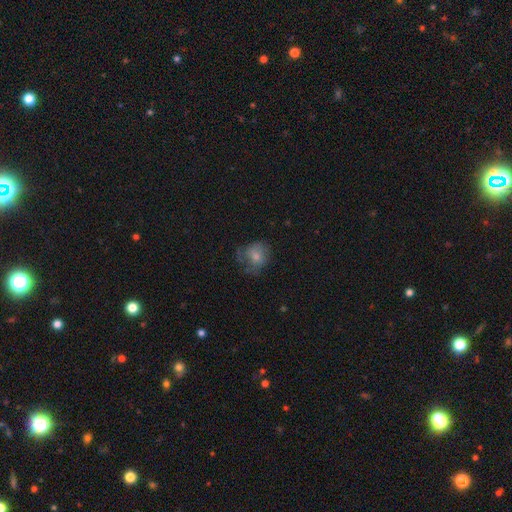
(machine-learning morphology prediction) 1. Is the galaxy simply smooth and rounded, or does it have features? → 66% smooth, 24% featured or disk, 10% star or artifact.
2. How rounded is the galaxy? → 67% round, 32% in between, 1% cigar-shaped.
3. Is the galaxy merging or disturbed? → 47% none, 27% minor disturbance, 24% major disturbance, 2% merger.